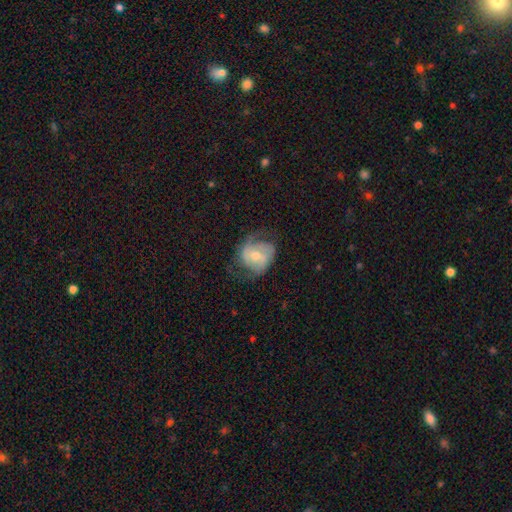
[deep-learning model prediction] A featured or disk galaxy (66%) with no bar (50%), 2 (71%) medium (46%) spiral arms (85%) and a moderate central bulge (56%). Merging: none (55%).